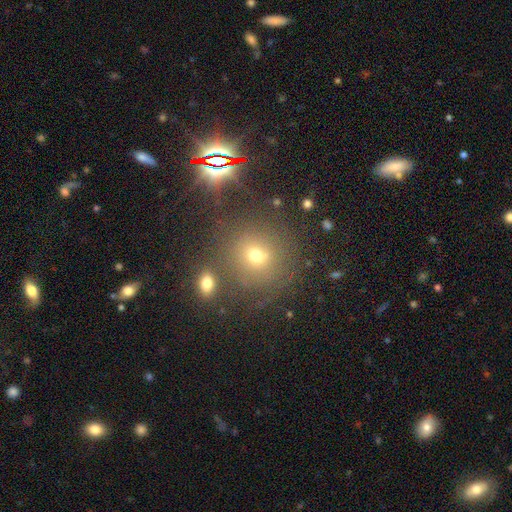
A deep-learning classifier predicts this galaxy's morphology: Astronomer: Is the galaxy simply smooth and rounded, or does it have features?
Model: smooth — 64%.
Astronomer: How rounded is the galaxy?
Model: round — 86%.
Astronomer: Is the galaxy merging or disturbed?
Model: none — 71%.